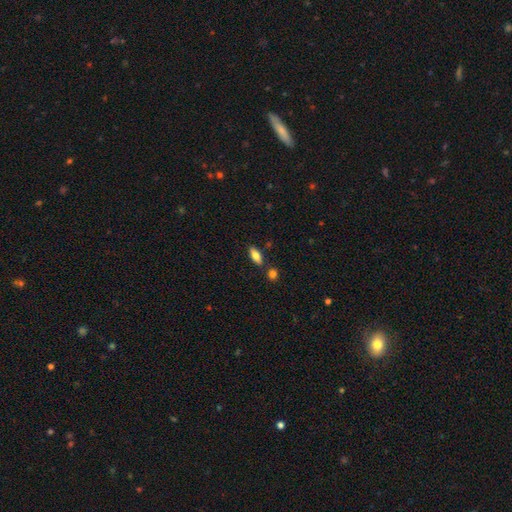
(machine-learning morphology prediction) This appears to be a smooth galaxy with no disk features (79%) that is in between round and cigar-shaped (81%). Merging: none (78%).